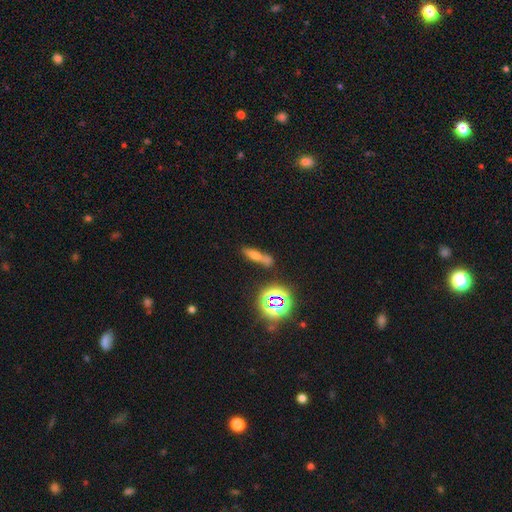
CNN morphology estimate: This appears to be a smooth galaxy with no disk features (42%). Merging: none (62%).